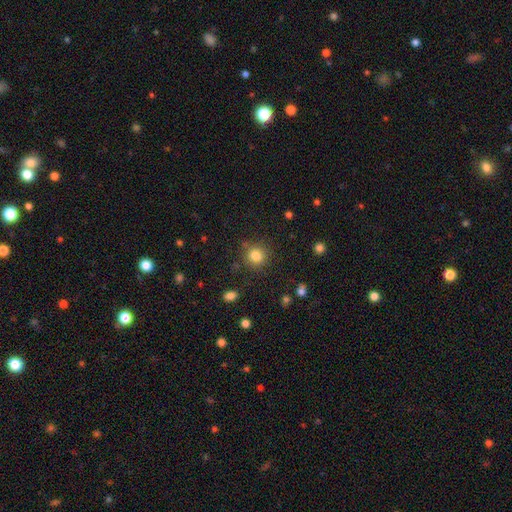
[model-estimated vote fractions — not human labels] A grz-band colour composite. It shows a smooth galaxy with no disk features (82%) that is round (90%). Merging: none (84%).